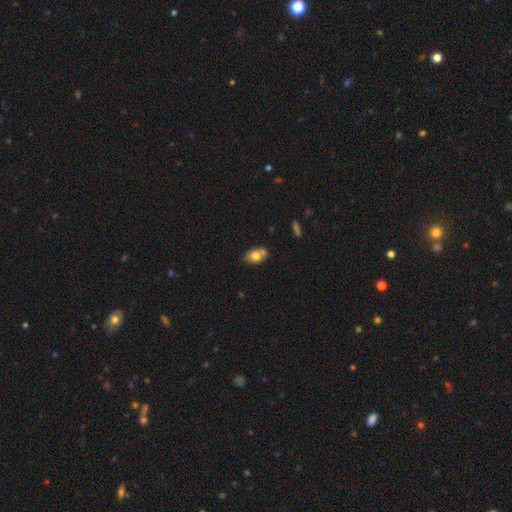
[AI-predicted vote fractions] This appears to be a smooth galaxy with no disk features (70%) that is in between round and cigar-shaped (86%). Merging: none (63%).